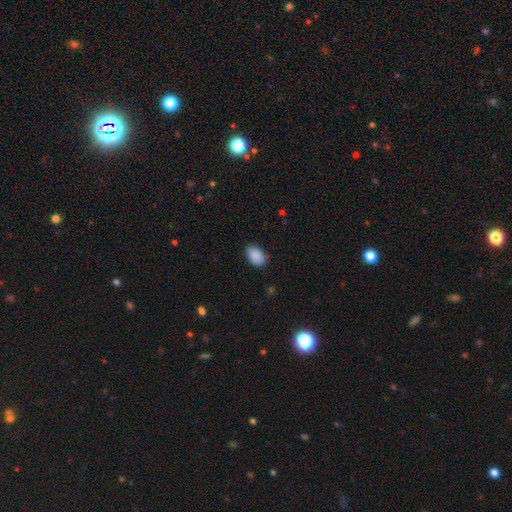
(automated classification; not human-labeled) Overall: smooth (90%). How rounded: in between (90%). Merging: none (84%).